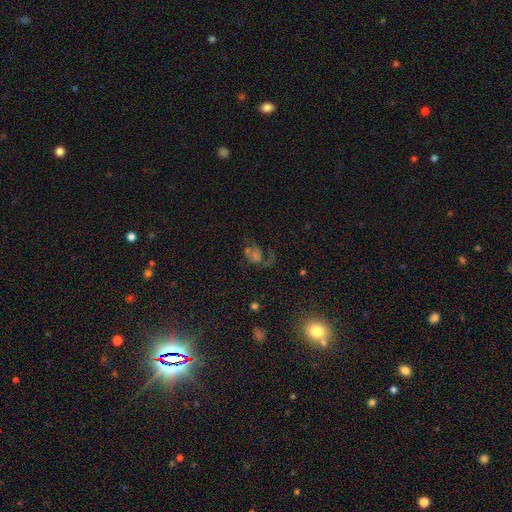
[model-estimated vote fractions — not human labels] Smooth or featured? Predicted: featured or disk (p=0.34, tied with star or artifact). Merging? Predicted: none (p=0.43).